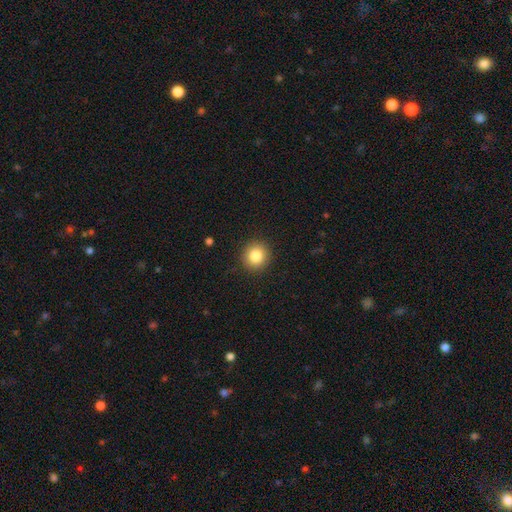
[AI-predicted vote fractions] A smooth galaxy with no disk features (84%) that is round (91%). Merging: none (91%).